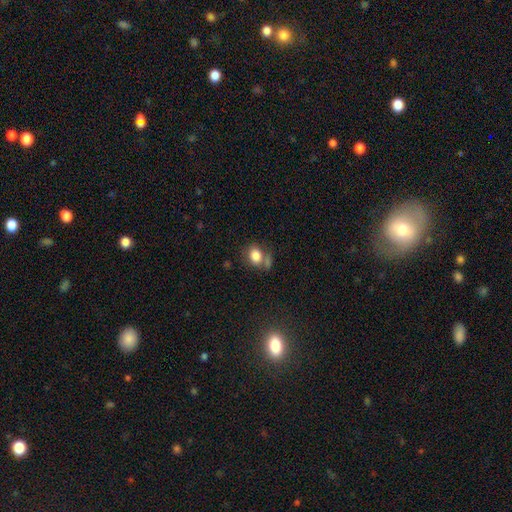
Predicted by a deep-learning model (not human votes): Smooth or featured? Predicted: smooth (p=0.81). How rounded? Predicted: in between (p=0.59). Merging? Predicted: none (p=0.53).